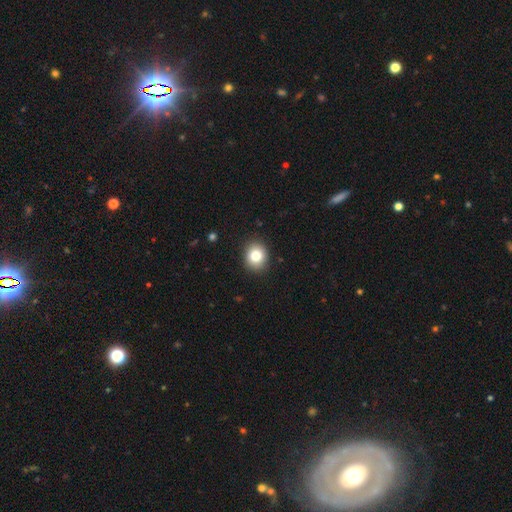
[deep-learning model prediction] Q: Smooth or featured?
A: smooth (81%); runner-up: star or artifact (10%)
Q: How rounded?
A: round (72%); runner-up: in between (27%)
Q: Merging?
A: none (90%); runner-up: minor disturbance (7%)